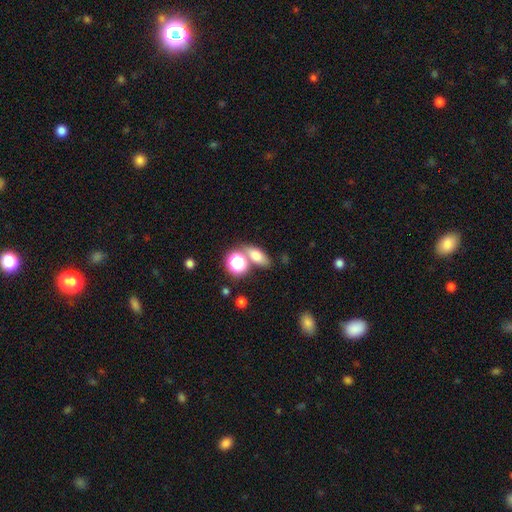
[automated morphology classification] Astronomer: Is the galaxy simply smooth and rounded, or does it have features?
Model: smooth — 69%.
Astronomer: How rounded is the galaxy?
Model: in between — 67%.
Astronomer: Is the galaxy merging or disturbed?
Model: none — 63%.